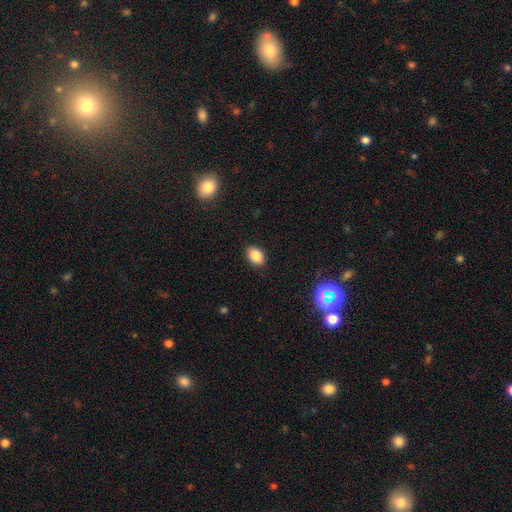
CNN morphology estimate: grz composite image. It shows a smooth galaxy with no disk features (85%) that is in between round and cigar-shaped (77%). Merging: none (88%).